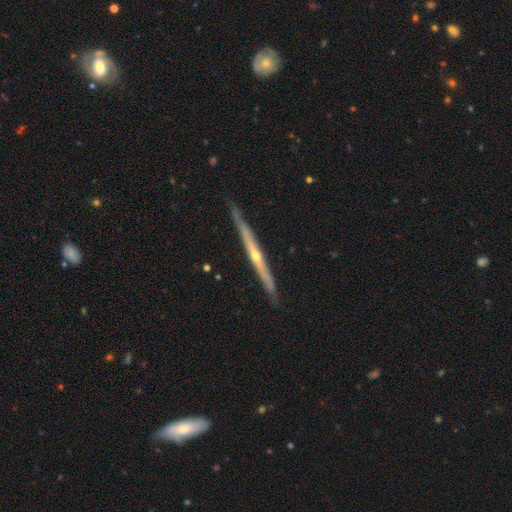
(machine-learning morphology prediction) A featured or disk galaxy (81%) viewed edge-on (98%) with a rounded central bulge (71%). Merging: none (86%).